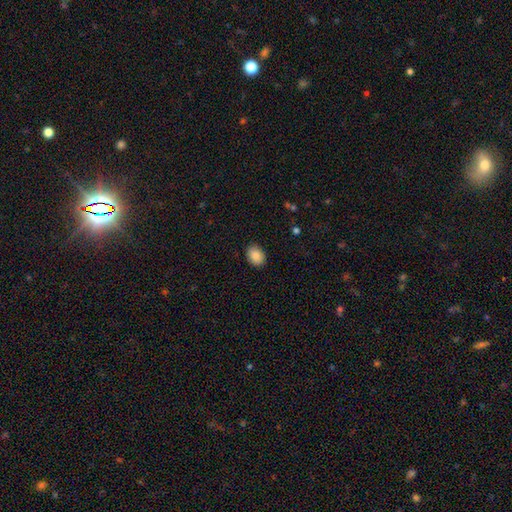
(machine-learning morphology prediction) Overall: smooth (88%). How rounded: in between (68%; round 31%). Merging: none (89%).